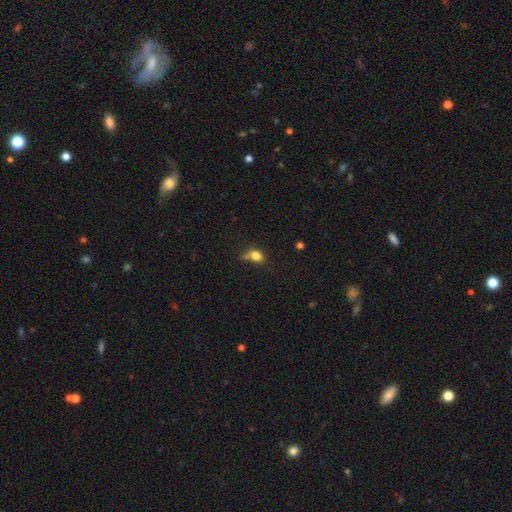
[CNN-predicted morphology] This is clearly a smooth galaxy (81%). How rounded: likely in between (64%). Merging: marginally none (43%).